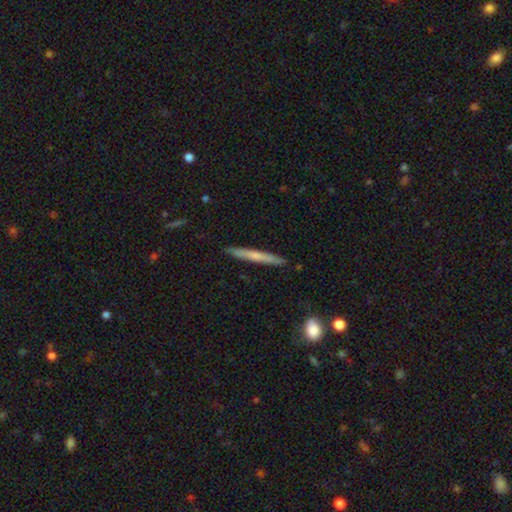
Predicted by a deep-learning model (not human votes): smooth_or_featured: smooth (p=0.56) [alt: featured or disk p=0.38]
how_rounded: cigar-shaped (p=0.96) [alt: in between p=0.03]
merging: none (p=0.90) [alt: minor disturbance p=0.08]